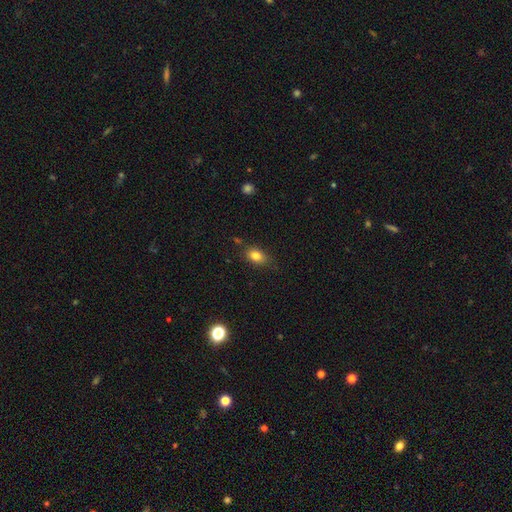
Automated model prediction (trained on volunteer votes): Smooth or featured?
  - smooth: 82% *
  - star or artifact: 10%
  - featured or disk: 8%
How rounded?
  - in between: 79% *
  - round: 19%
  - cigar-shaped: 3%
Merging?
  - none: 76% *
  - minor disturbance: 17%
  - major disturbance: 4%
  - merger: 3%